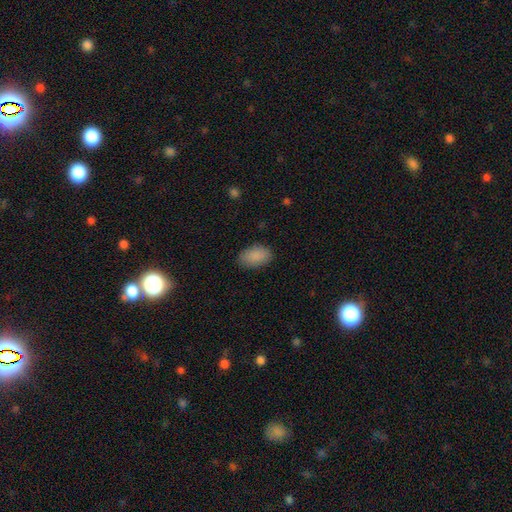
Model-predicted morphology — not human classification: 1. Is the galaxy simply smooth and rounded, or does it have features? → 89% smooth, 7% star or artifact, 4% featured or disk.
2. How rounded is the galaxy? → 93% in between, 5% round, 2% cigar-shaped.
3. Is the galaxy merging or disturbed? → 85% none, 11% minor disturbance, 3% major disturbance, 1% merger.